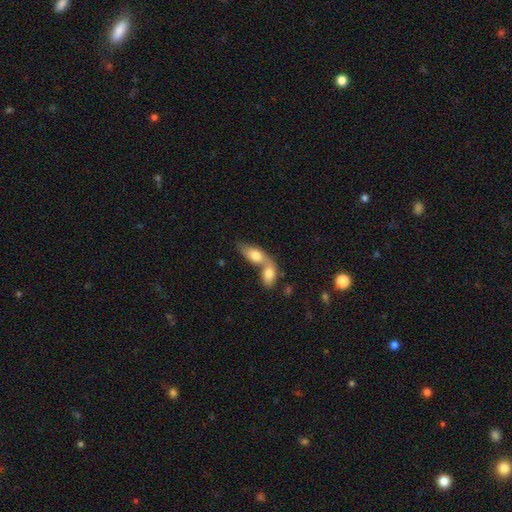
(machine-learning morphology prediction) Smooth or featured? smooth (74%)
How rounded? in between (86%)
Merging? merger (75%)